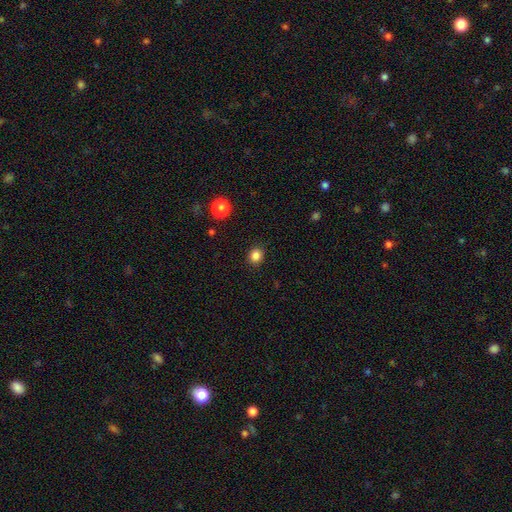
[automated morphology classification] The model was most divided on "how rounded": round: 73%, in between: 26%, cigar-shaped: 1%. More confident: merging — none (90%); smooth or featured — smooth (85%).